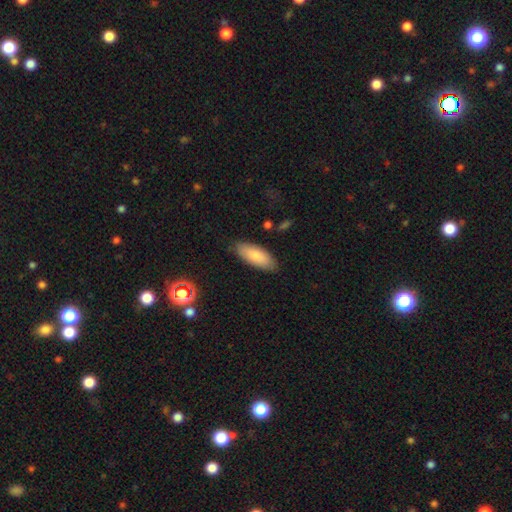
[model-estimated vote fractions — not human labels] This appears to be a smooth galaxy with no disk features (83%) that is in between round and cigar-shaped (77%). Merging: none (84%).